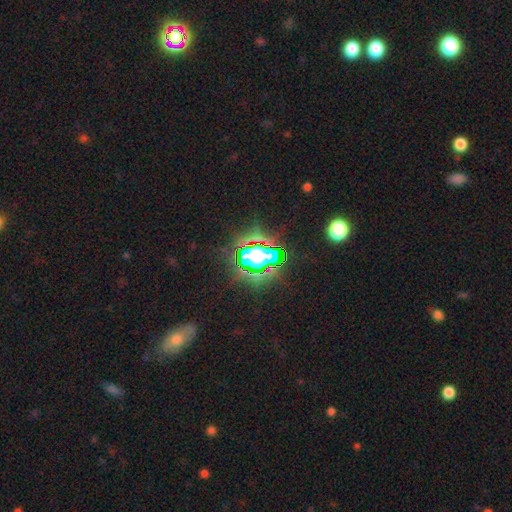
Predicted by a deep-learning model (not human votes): Overall: star or artifact (69%).